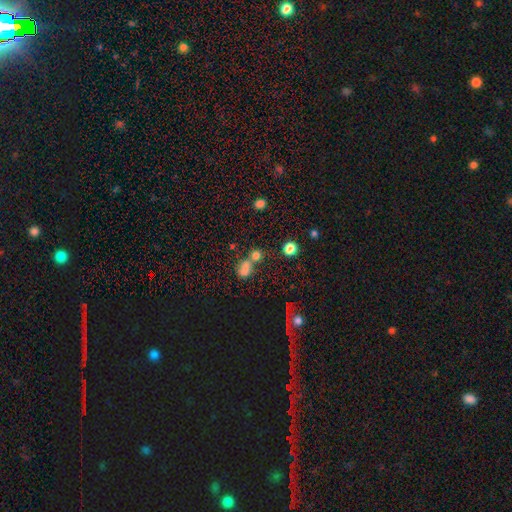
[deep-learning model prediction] smooth 51%, star or artifact 36%, featured or disk 13%. Down the decision tree: how rounded — round (59%); merging — none (45%).